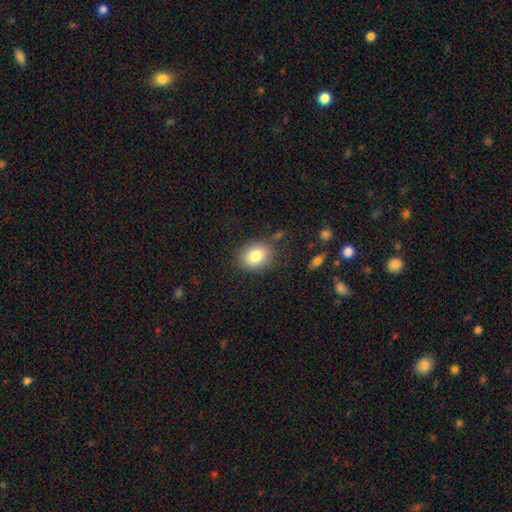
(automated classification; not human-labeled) smooth 82%, featured or disk 9%, star or artifact 9%. Down the decision tree: how rounded — round (54%); merging — none (79%).